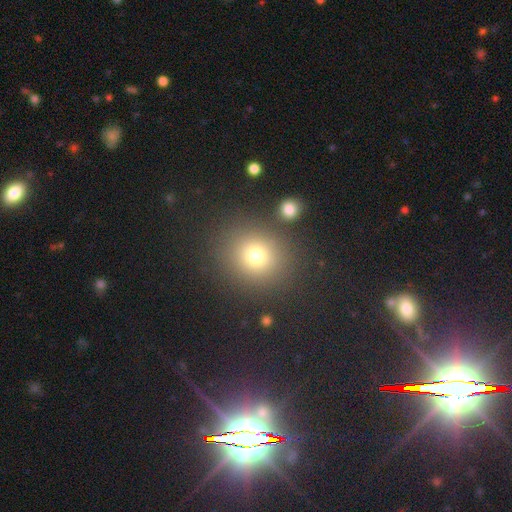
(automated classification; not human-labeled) Q: Smooth or featured?
A: smooth (74%); runner-up: star or artifact (17%)
Q: How rounded?
A: round (82%); runner-up: in between (17%)
Q: Merging?
A: none (84%); runner-up: minor disturbance (8%)